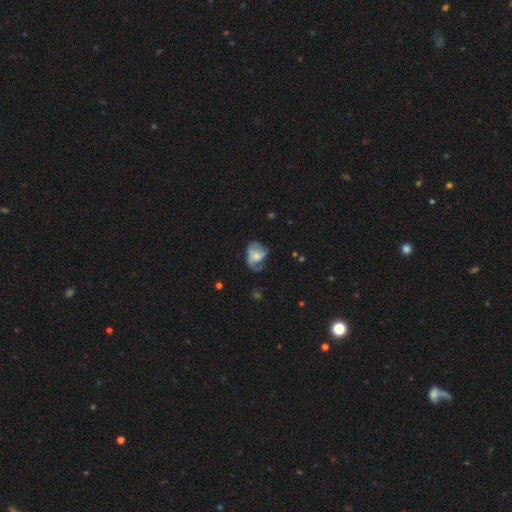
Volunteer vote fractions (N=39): smooth-or-featured: featured or disk: 51% | smooth: 41% | star or artifact: 8%
  disk-edge-on: no: 100% | yes: 0%
    bar: no: 45% | weak: 35% | strong: 20%
    has-spiral-arms: yes: 90% | no: 10%
      spiral-winding: medium: 44% (tied) | loose: 44% (tied) | tight: 11%
      spiral-arm-count: 2: 39% | can't tell: 33% | 1: 22% | 3: 6% | 4: 0% | more than 4: 0%
    bulge-size: moderate: 45% | small: 35% | none: 15% | large: 5% | dominant: 0%
  merging: major disturbance: 50% | none: 31% | minor disturbance: 17% | merger: 3%